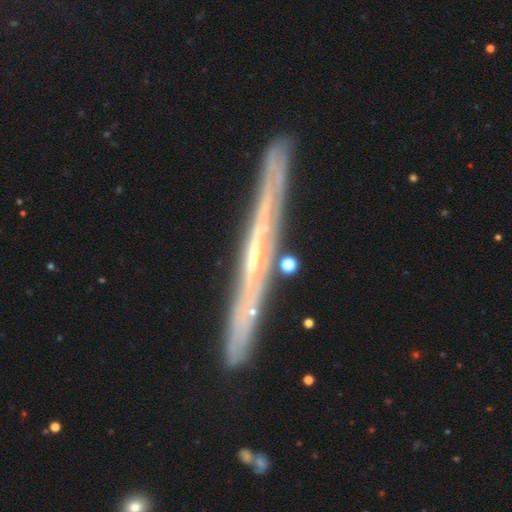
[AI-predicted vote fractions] This is likely a featured or disk galaxy (75%). It is clearly viewed edge-on (93%). Edge-on bulge: likely none (72%). Merging: clearly none (86%).